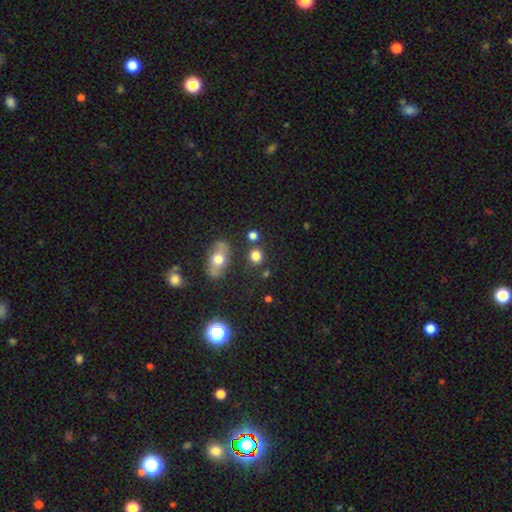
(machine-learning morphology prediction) type=smooth (79%); roundness=round (78%); merging=none (79%).